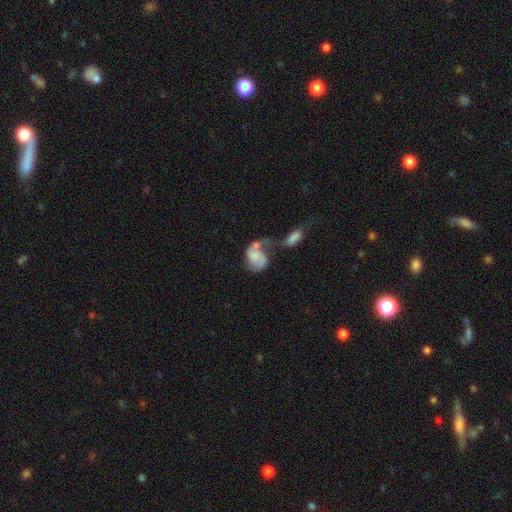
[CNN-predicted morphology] smooth 47%, featured or disk 45%, star or artifact 8%. Down the decision tree: merging — merger (51%).